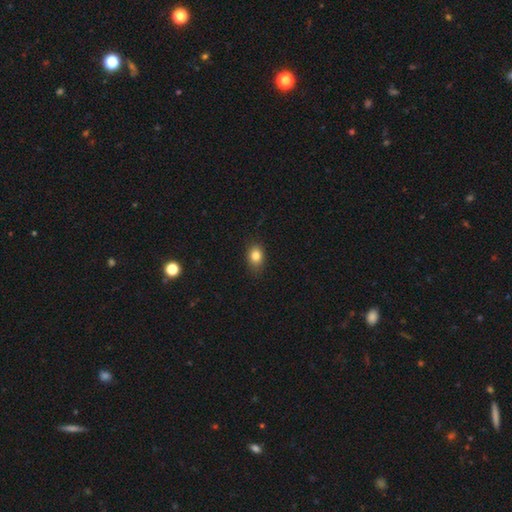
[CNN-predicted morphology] Smooth or featured: smooth — 83% (star or artifact — 10%)
How rounded: in between — 66% (round — 33%)
Merging: none — 81% (minor disturbance — 15%)